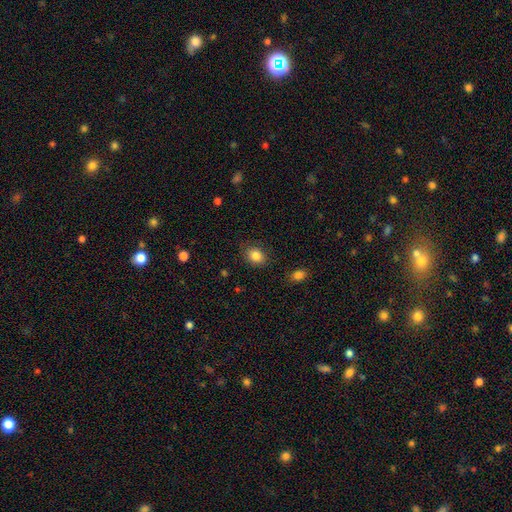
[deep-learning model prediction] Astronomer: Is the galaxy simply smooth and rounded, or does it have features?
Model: smooth — 84%.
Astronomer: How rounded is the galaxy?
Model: in between — 56% (runner-up: round, 44%).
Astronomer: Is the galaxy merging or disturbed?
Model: none — 84%.